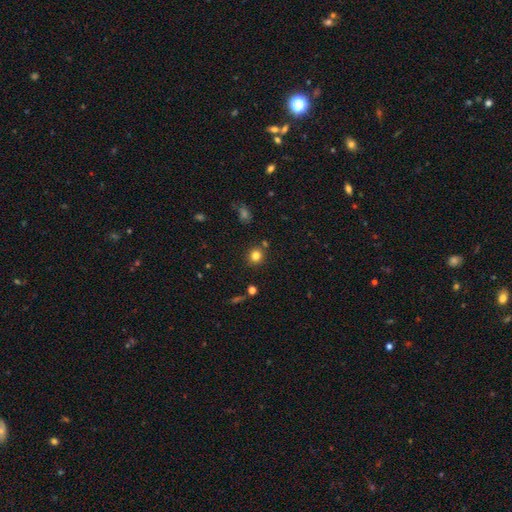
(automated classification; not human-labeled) Q: Smooth or featured?
A: smooth (81%); runner-up: star or artifact (13%)
Q: How rounded?
A: round (89%); runner-up: in between (10%)
Q: Merging?
A: none (85%); runner-up: minor disturbance (8%)